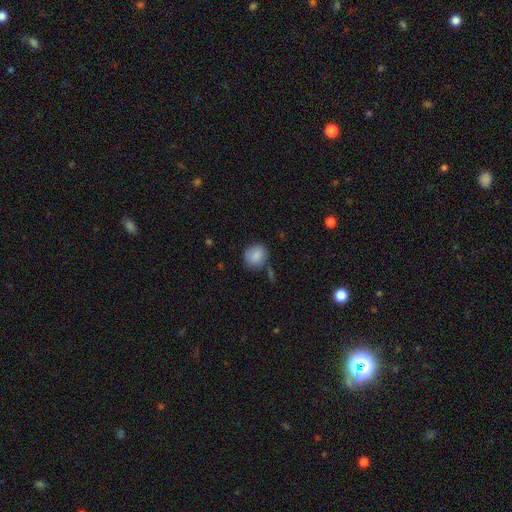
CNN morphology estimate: A smooth galaxy with no disk features (85%) that is round (78%). Merging: none (70%).